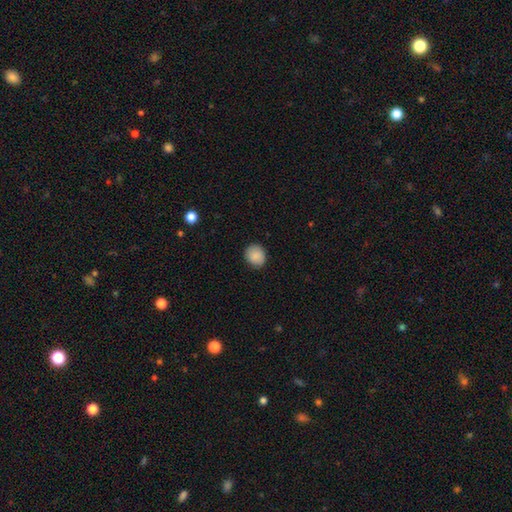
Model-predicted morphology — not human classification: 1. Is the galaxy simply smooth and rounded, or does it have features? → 88% smooth, 8% star or artifact, 4% featured or disk.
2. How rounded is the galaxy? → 77% round, 22% in between, 1% cigar-shaped.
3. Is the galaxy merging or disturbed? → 88% none, 9% minor disturbance, 2% major disturbance, 1% merger.